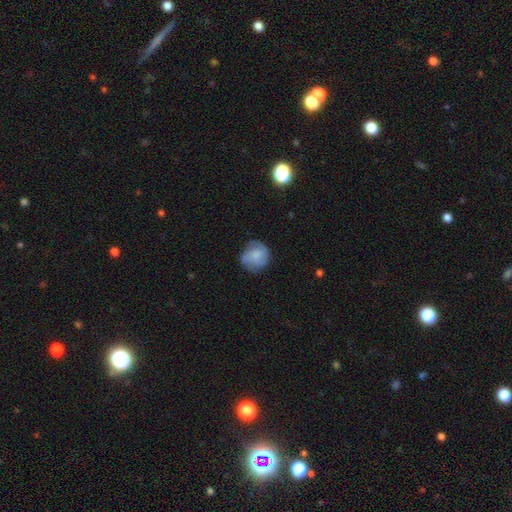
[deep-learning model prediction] smooth 59%, featured or disk 34%, star or artifact 7%. Down the decision tree: how rounded — round (86%); merging — none (69%).